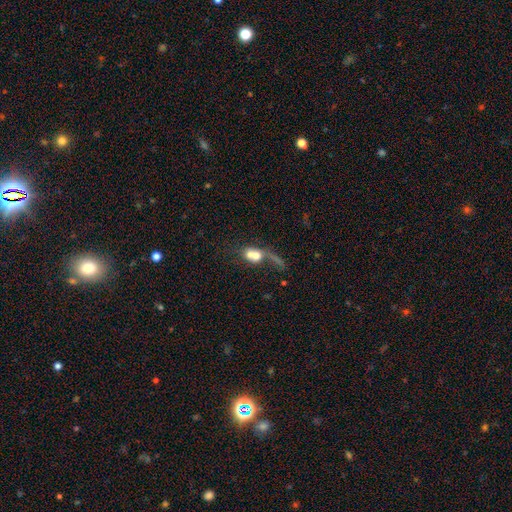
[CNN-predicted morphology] Smooth or featured? Predicted: smooth (p=0.58). How rounded? Predicted: round (p=0.53). Merging? Predicted: merger (p=0.69).